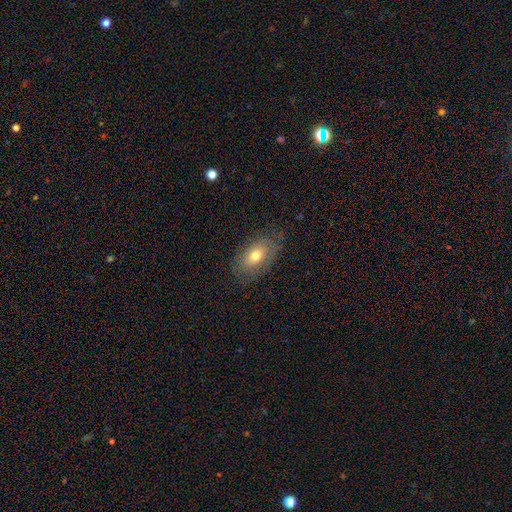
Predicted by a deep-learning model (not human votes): Smooth or featured? smooth (61%)
How rounded? in between (88%)
Merging? none (73%)